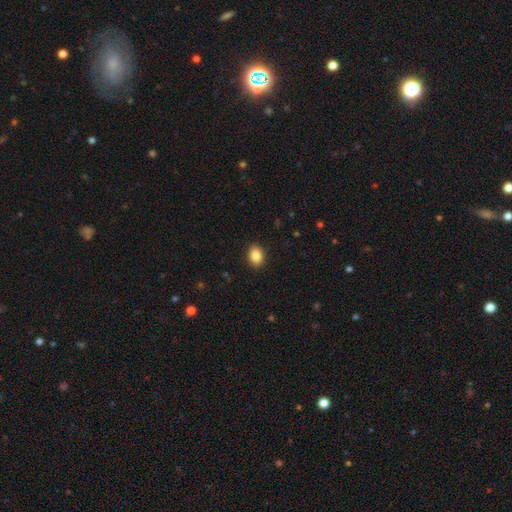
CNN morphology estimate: Smooth or featured: smooth — 87% (star or artifact — 8%)
How rounded: in between — 76% (round — 23%)
Merging: none — 90% (minor disturbance — 7%)